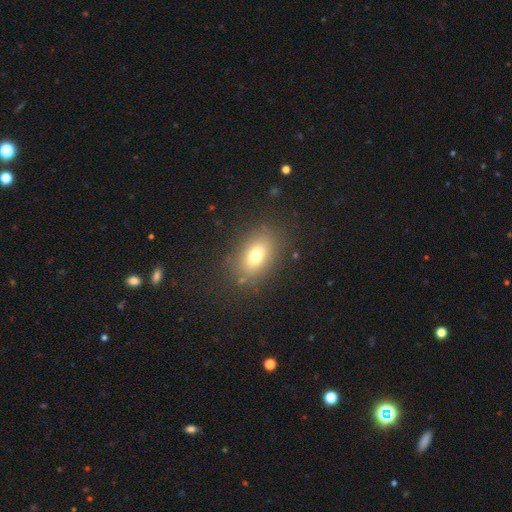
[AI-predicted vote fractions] Smooth or featured? Predicted: smooth (p=0.72). How rounded? Predicted: in between (p=0.79). Merging? Predicted: none (p=0.82).